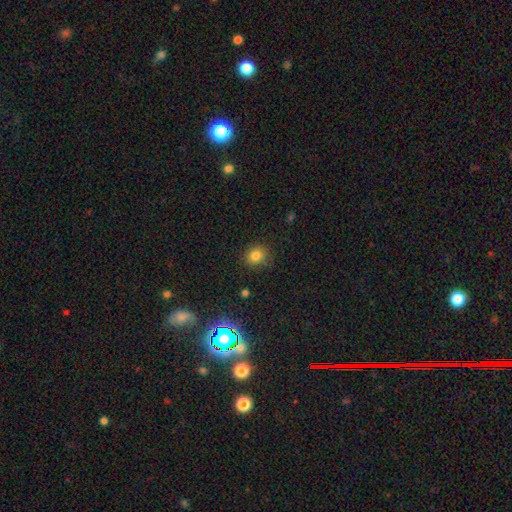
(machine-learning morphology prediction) type=smooth (81%); roundness=round (80%); merging=none (84%).